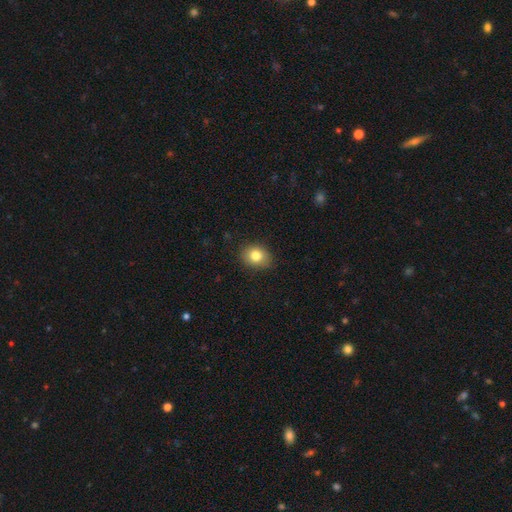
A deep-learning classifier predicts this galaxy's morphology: Smooth or featured? smooth (81%)
How rounded? round (53%)
Merging? none (82%)